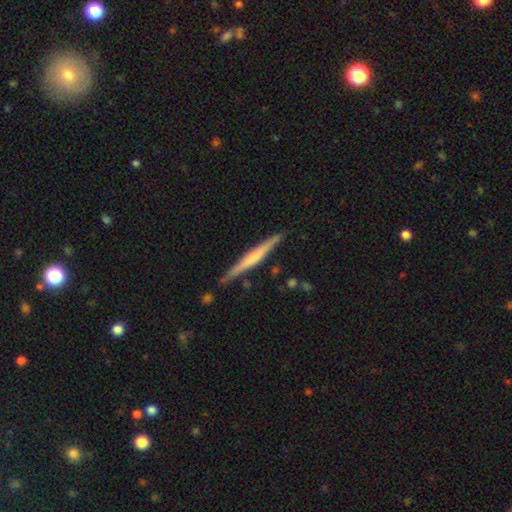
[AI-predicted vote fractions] Smooth or featured?
  - featured or disk: 66% *
  - smooth: 28%
  - star or artifact: 7%
Edge-on disk?
  - yes: 98% *
  - no: 2%
Edge-on bulge?
  - rounded: 48% *
  - none: 41%
  - boxy: 11%
Merging?
  - none: 87% *
  - minor disturbance: 9%
  - merger: 2%
  - major disturbance: 2%